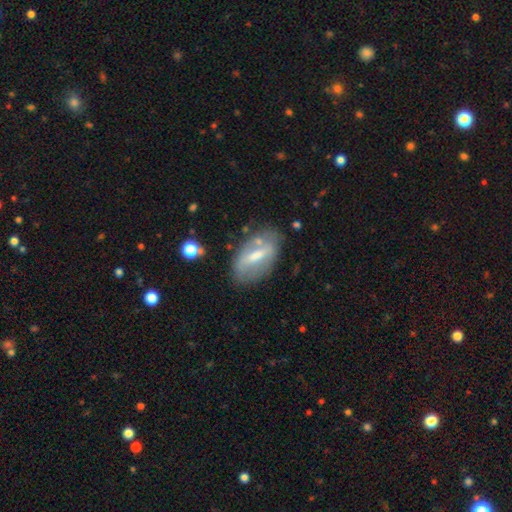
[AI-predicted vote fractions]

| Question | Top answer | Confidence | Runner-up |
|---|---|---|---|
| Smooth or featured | featured or disk | 55% | smooth (37%) |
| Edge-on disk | no | 84% | yes (16%) |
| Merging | none | 69% | minor disturbance (20%) |